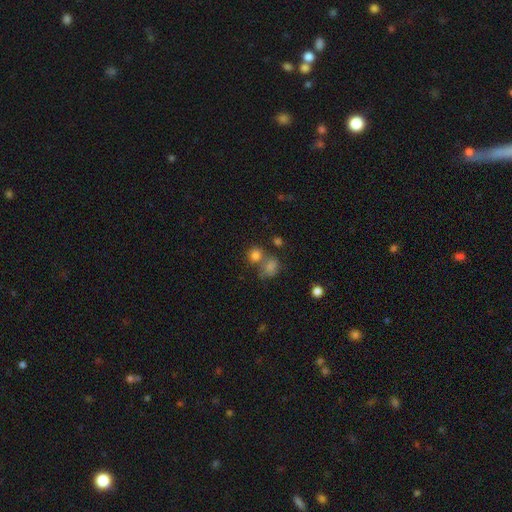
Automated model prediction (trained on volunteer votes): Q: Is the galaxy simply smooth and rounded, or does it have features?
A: smooth — 78%.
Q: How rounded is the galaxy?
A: round — 73%.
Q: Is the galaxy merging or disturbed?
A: none — 49%.